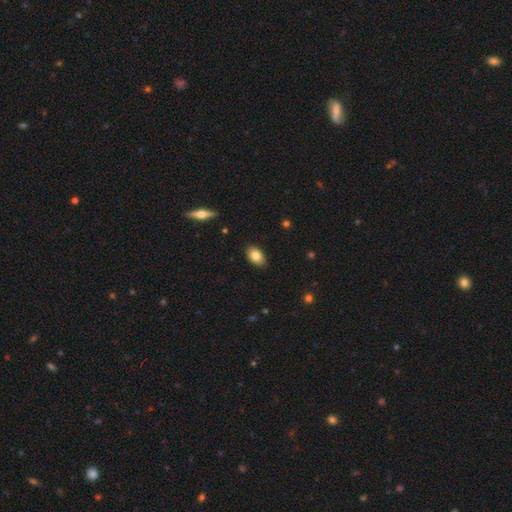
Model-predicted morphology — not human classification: smooth_or_featured: smooth (p=0.81) [alt: featured or disk p=0.12]
how_rounded: in between (p=0.90) [alt: round p=0.08]
merging: none (p=0.88) [alt: minor disturbance p=0.09]